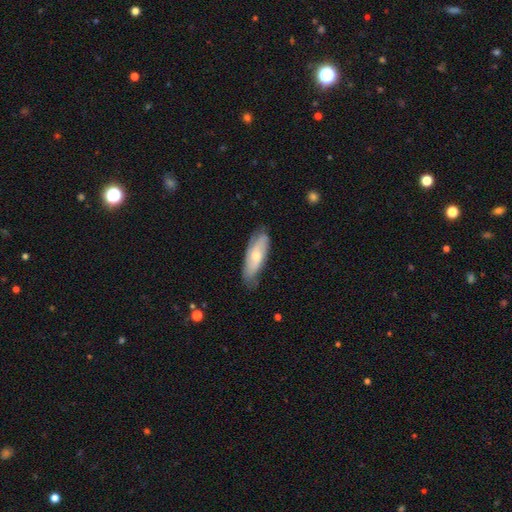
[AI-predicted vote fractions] smooth 48%, featured or disk 46%, star or artifact 6%. Down the decision tree: merging — none (73%).